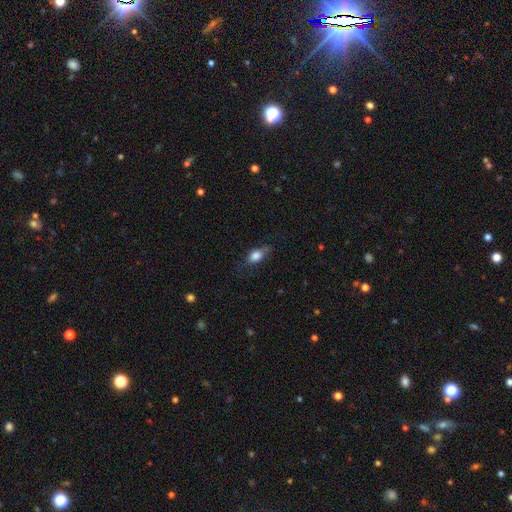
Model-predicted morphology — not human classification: The model was most divided on "merging": none: 61%, minor disturbance: 27%, major disturbance: 10%, merger: 2%. More confident: smooth or featured — smooth (82%); how rounded — in between (79%).